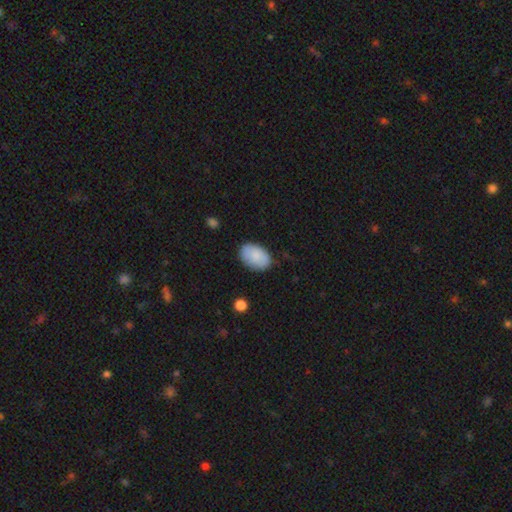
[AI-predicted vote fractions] smooth-or-featured: smooth: 86% | featured or disk: 8% | star or artifact: 6%
  how-rounded: in between: 89% | round: 10% | cigar-shaped: 1%
  merging: none: 83% | minor disturbance: 13% | major disturbance: 3% | merger: 1%